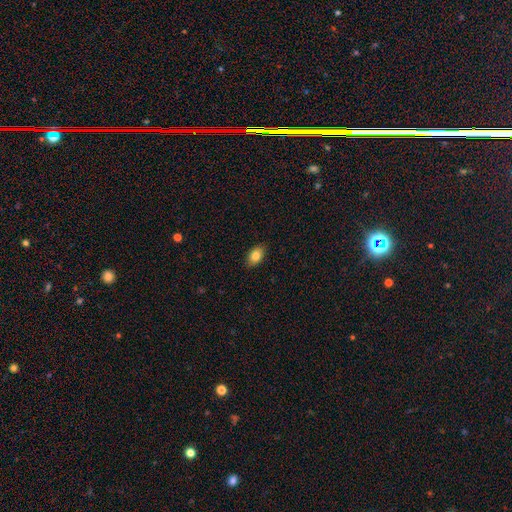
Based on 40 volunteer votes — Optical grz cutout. It shows a smooth galaxy with no disk features (88%) that is in between round and cigar-shaped (91%). Merging: none (79%).